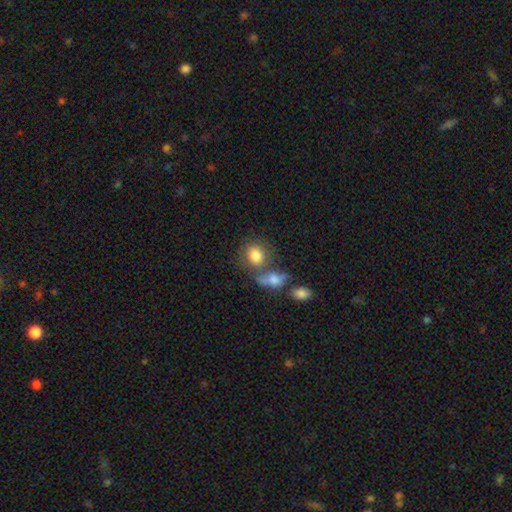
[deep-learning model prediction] A smooth galaxy with no disk features (81%) that is in between round and cigar-shaped (51%). Merging: none (48%).